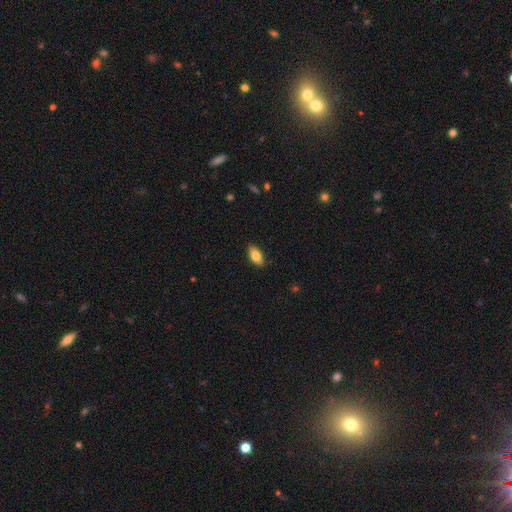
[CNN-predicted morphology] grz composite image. It shows a smooth galaxy with no disk features (80%) that is in between round and cigar-shaped (91%). Merging: none (86%).